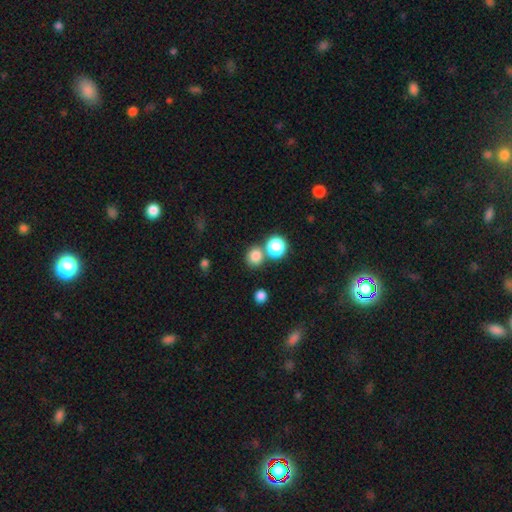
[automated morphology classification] Smooth or featured? smooth (80%)
How rounded? round (83%)
Merging? none (63%)